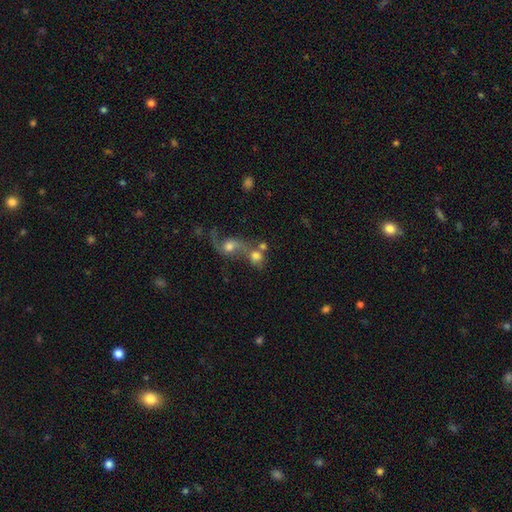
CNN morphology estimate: A smooth galaxy with no disk features (64%) that is round (75%). Merging: merger (57%).